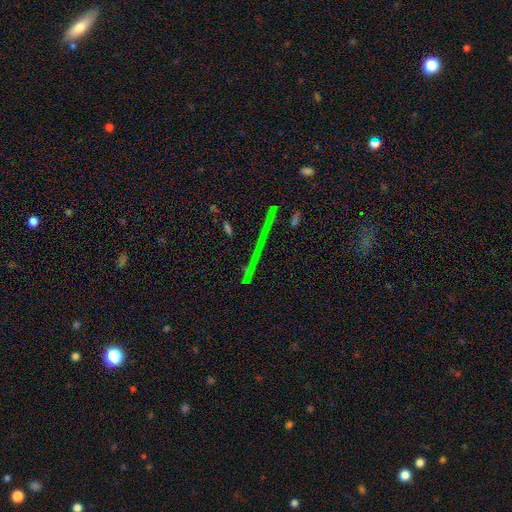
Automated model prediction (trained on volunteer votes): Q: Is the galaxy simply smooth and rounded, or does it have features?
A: star or artifact — 75%.